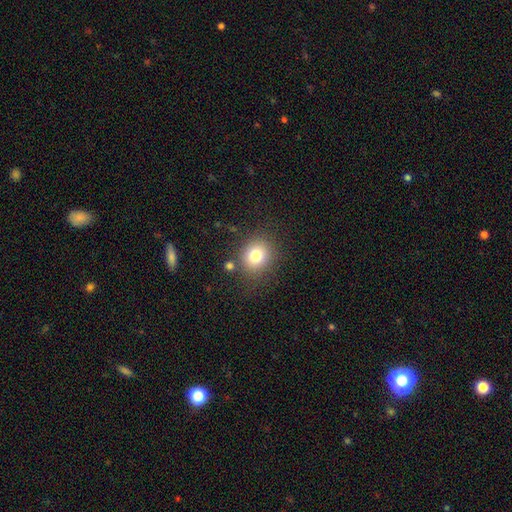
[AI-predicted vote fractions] Overall: smooth (78%). How rounded: round (77%). Merging: none (79%).